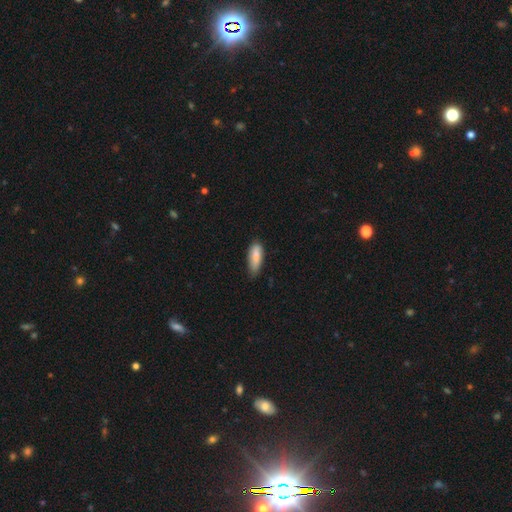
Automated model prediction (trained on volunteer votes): Smooth or featured? smooth (85%)
How rounded? in between (68%)
Merging? none (59%)